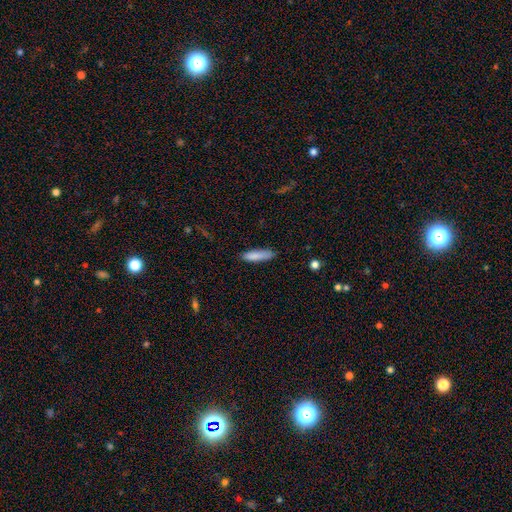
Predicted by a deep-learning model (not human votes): Smooth or featured: smooth — 85% (featured or disk — 8%)
How rounded: cigar-shaped — 69% (in between — 30%)
Merging: none — 77% (minor disturbance — 18%)